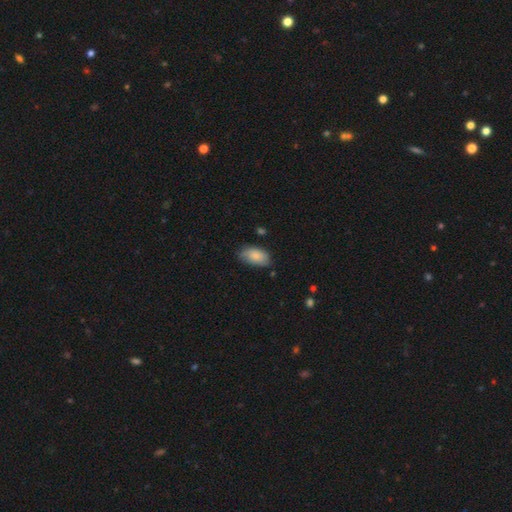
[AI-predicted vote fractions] A smooth galaxy with no disk features (80%) that is in between round and cigar-shaped (94%). Merging: none (65%).